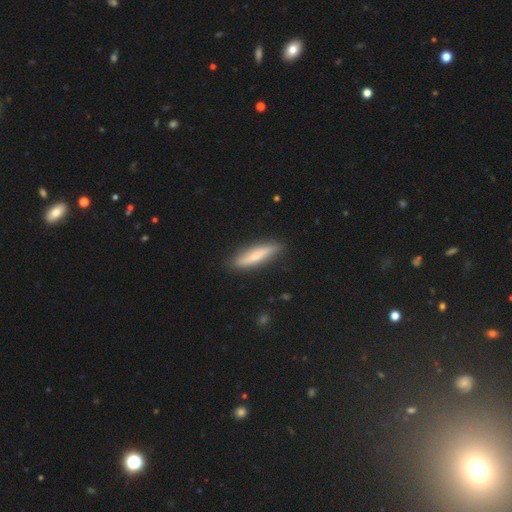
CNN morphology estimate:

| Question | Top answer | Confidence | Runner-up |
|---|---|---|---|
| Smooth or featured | smooth | 61% | featured or disk (33%) |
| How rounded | cigar-shaped | 84% | in between (15%) |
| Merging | none | 85% | minor disturbance (11%) |